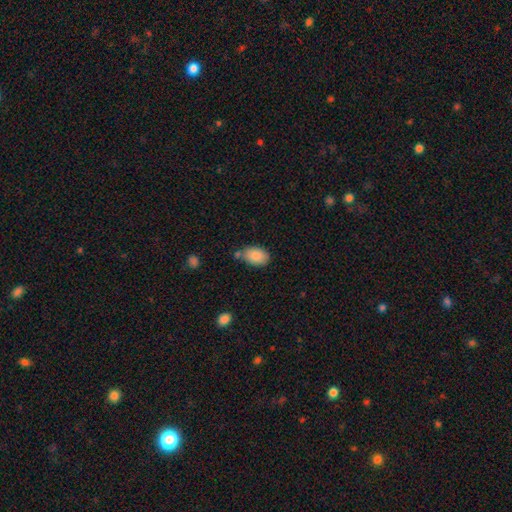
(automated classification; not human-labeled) This appears to be a smooth galaxy with no disk features (87%) that is in between round and cigar-shaped (91%). Merging: none (69%).